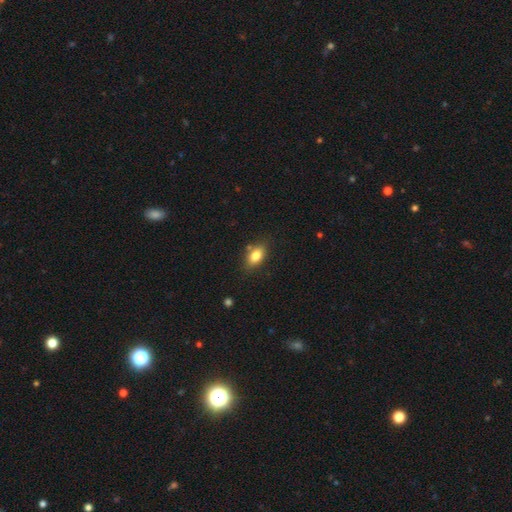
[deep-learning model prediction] The model was most divided on "merging": none: 76%, minor disturbance: 15%, merger: 5%, major disturbance: 3%. More confident: how rounded — in between (85%); smooth or featured — smooth (80%).